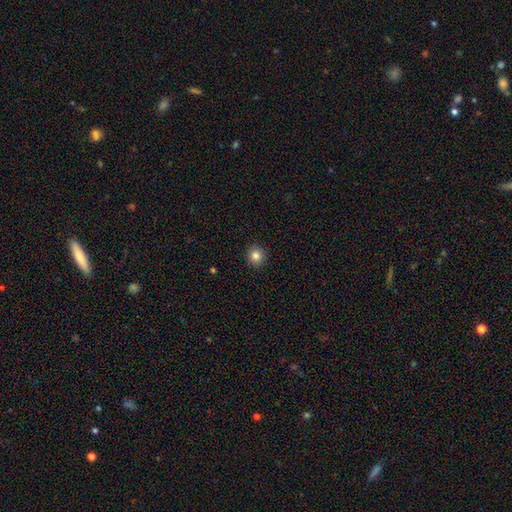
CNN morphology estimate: The model was most divided on "smooth or featured": smooth: 84%, star or artifact: 11%, featured or disk: 5%. More confident: merging — none (92%); how rounded — round (92%).